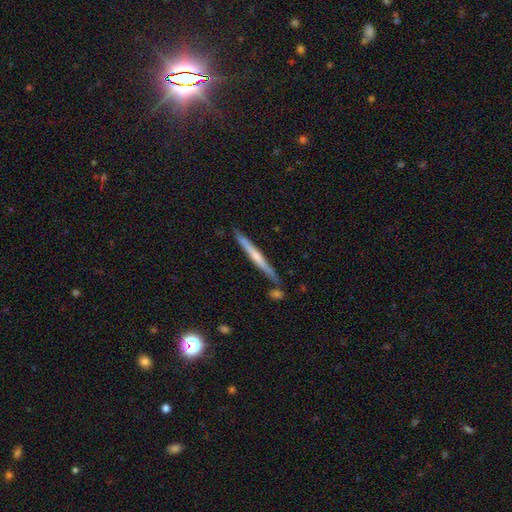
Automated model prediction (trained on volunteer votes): This is possibly a featured or disk galaxy (58%). It is clearly viewed edge-on (97%). Edge-on bulge: possibly none (51%). Merging: clearly none (81%).